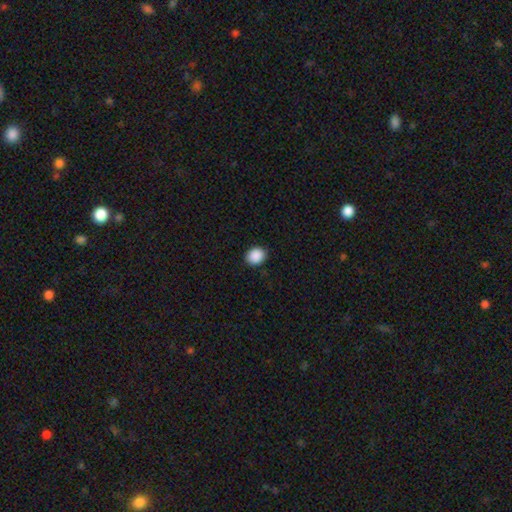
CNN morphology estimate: This is clearly a smooth galaxy (90%). How rounded: likely round (66%). Merging: clearly none (90%).